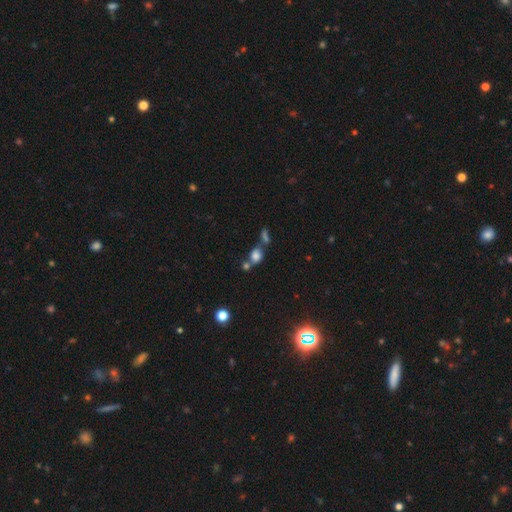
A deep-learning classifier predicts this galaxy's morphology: Overall: smooth (75%). How rounded: round (55%; in between 43%). Merging: merger (43%; none 39%).